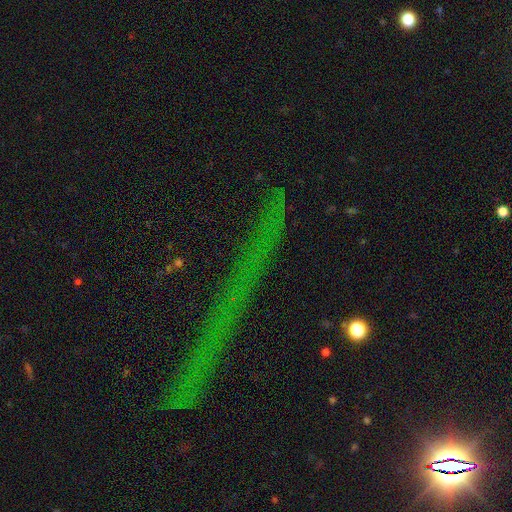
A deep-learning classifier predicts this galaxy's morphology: Smooth or featured? star or artifact (78%)